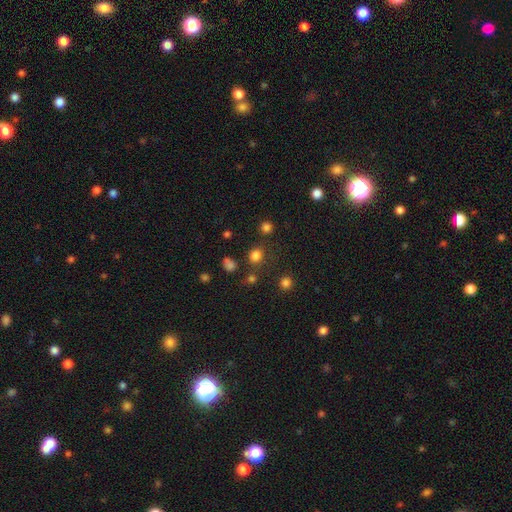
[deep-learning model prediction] Smooth or featured?
  - smooth: 77% *
  - star or artifact: 18%
  - featured or disk: 5%
How rounded?
  - round: 80% *
  - in between: 19%
  - cigar-shaped: 1%
Merging?
  - none: 79% *
  - minor disturbance: 10%
  - merger: 7%
  - major disturbance: 4%